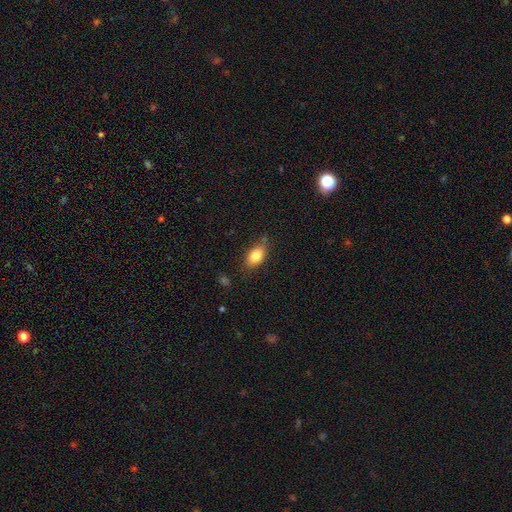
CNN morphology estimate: smooth 82%, featured or disk 10%, star or artifact 8%. Down the decision tree: how rounded — in between (85%); merging — none (71%).